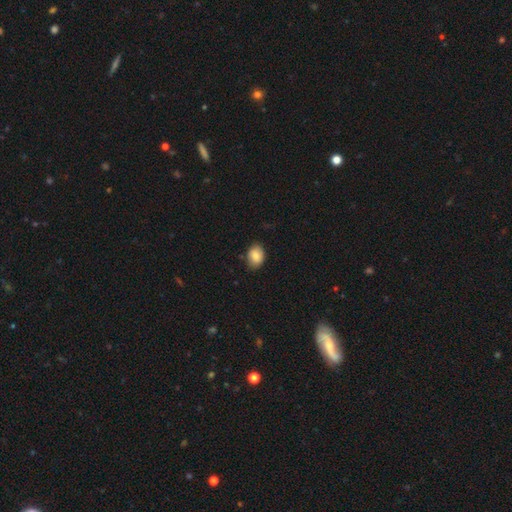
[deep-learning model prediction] Smooth or featured: smooth — 83% (featured or disk — 10%)
How rounded: in between — 69% (round — 30%)
Merging: none — 78% (minor disturbance — 17%)